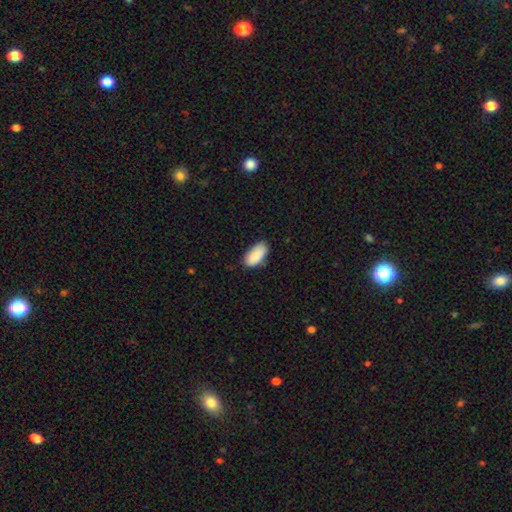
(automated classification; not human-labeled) A smooth galaxy with no disk features (89%) that is in between round and cigar-shaped (93%). Merging: none (76%).